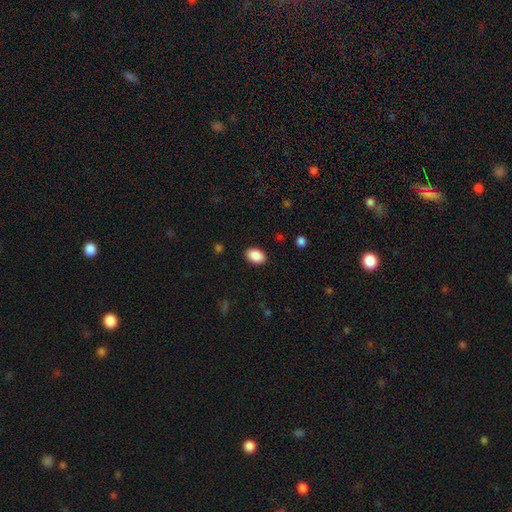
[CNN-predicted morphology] smooth 89%, star or artifact 7%, featured or disk 4%. Down the decision tree: how rounded — in between (88%); merging — none (89%).